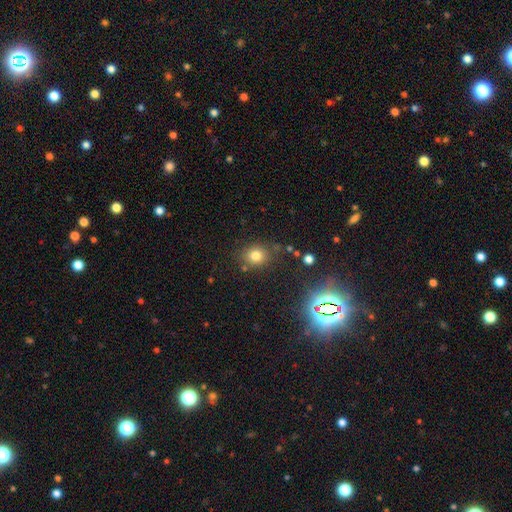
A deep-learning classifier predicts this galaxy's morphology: A smooth galaxy with no disk features (77%) that is round (73%).

Vote fractions:
- Smooth or featured? smooth: 77% / star or artifact: 15% / featured or disk: 8%
- How rounded? round: 73% / in between: 26% / cigar-shaped: 1%
- Merging? none: 79% / minor disturbance: 12% / merger: 5% / major disturbance: 4%